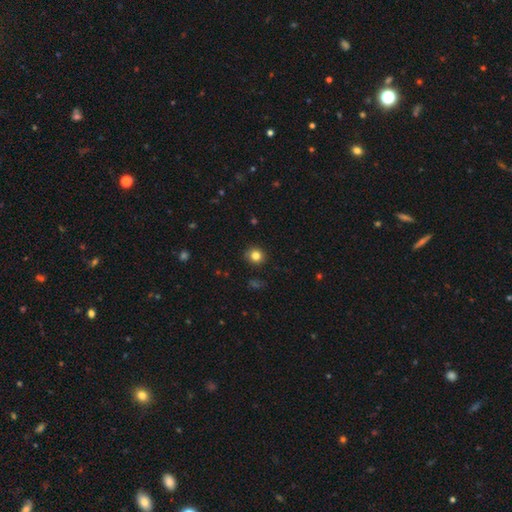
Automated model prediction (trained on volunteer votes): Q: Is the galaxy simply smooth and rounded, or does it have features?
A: smooth — 82%.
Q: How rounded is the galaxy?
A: round — 88%.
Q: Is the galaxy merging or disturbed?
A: none — 89%.